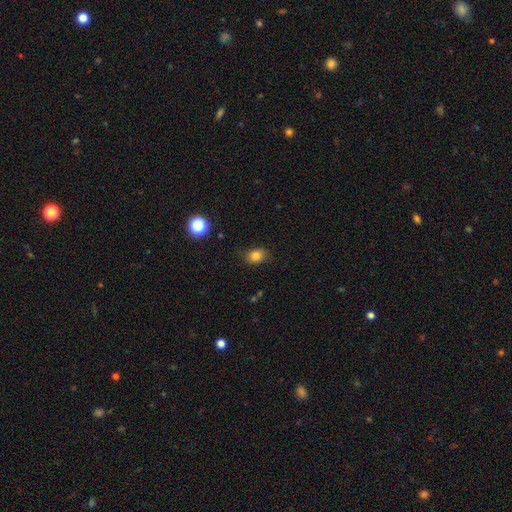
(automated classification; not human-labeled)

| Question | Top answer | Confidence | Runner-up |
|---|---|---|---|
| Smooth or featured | smooth | 82% | star or artifact (13%) |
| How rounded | in between | 53% | round (46%) |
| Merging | none | 78% | minor disturbance (16%) |